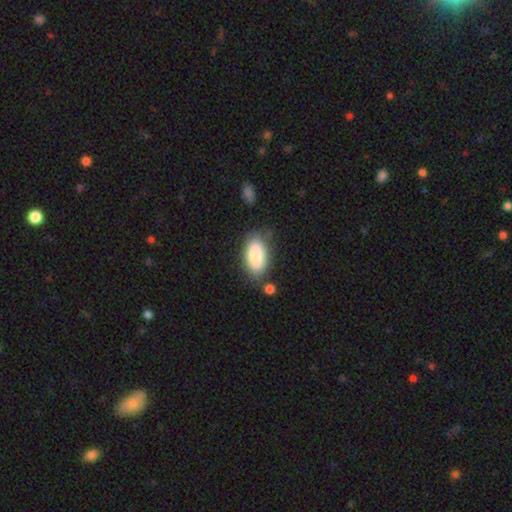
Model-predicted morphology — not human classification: smooth-or-featured: smooth: 84% | featured or disk: 10% | star or artifact: 6%
  how-rounded: in between: 93% | cigar-shaped: 3% | round: 3%
  merging: none: 72% | minor disturbance: 17% | merger: 7% | major disturbance: 5%